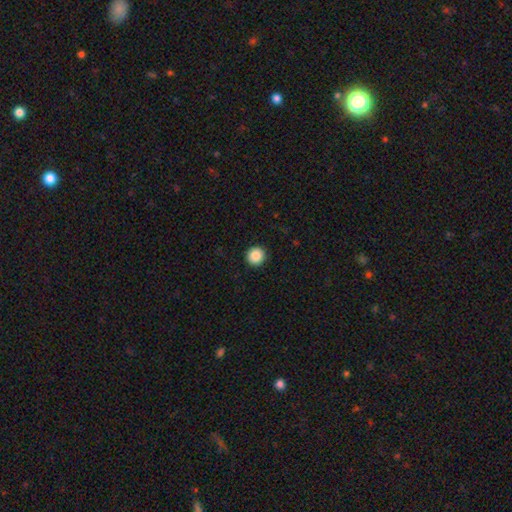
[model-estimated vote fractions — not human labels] Smooth or featured: smooth — 87% (star or artifact — 9%)
How rounded: round — 96% (in between — 3%)
Merging: none — 93% (minor disturbance — 5%)